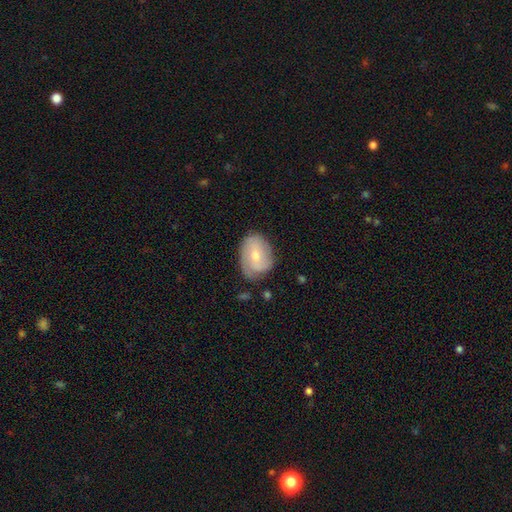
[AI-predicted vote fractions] A featured or disk galaxy (50%). Merging: none (63%).